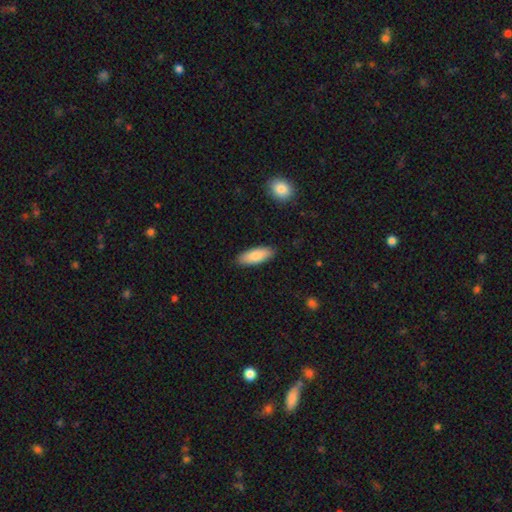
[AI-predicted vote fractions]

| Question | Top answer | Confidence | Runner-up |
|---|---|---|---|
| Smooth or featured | smooth | 84% | featured or disk (11%) |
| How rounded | in between | 70% | cigar-shaped (28%) |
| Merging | none | 89% | minor disturbance (8%) |